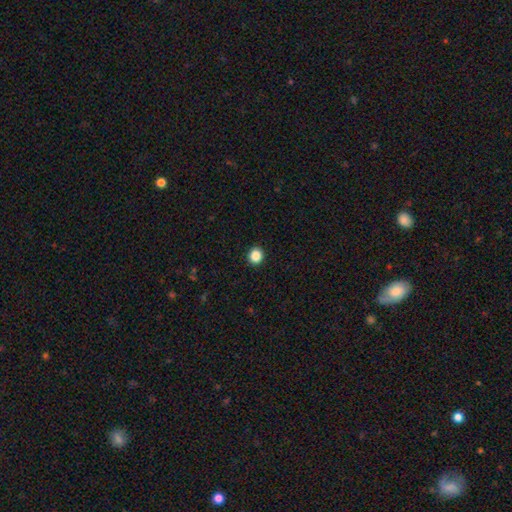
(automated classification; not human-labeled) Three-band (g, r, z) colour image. It shows a smooth galaxy with no disk features (87%) that is round (85%). Merging: none (93%).